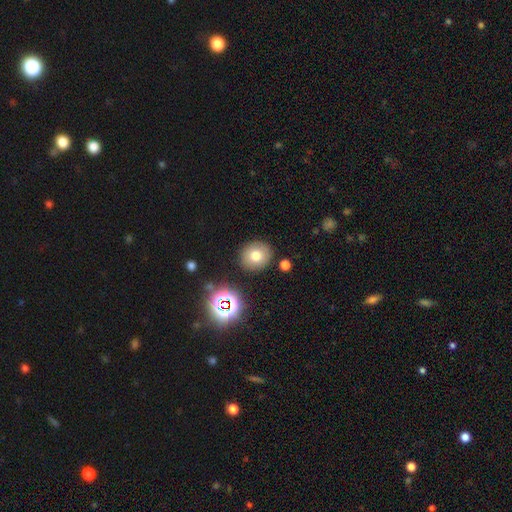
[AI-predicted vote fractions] Smooth or featured?
  - smooth: 73% *
  - star or artifact: 14%
  - featured or disk: 12%
How rounded?
  - round: 80% *
  - in between: 19%
  - cigar-shaped: 1%
Merging?
  - none: 87% *
  - minor disturbance: 8%
  - merger: 3%
  - major disturbance: 3%